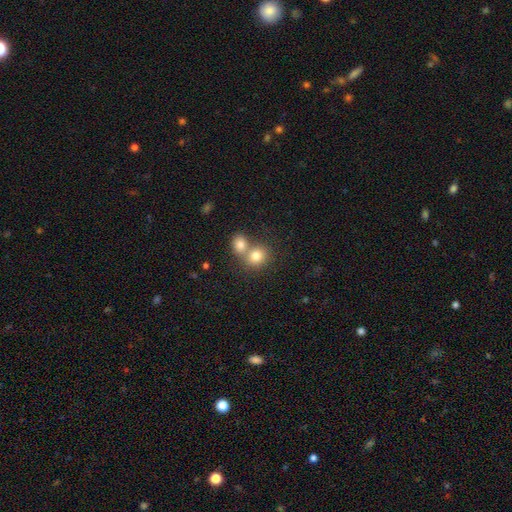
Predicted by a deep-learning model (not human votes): Morphology: type=smooth (80%); roundness=round (72%); merging=merger (55%).